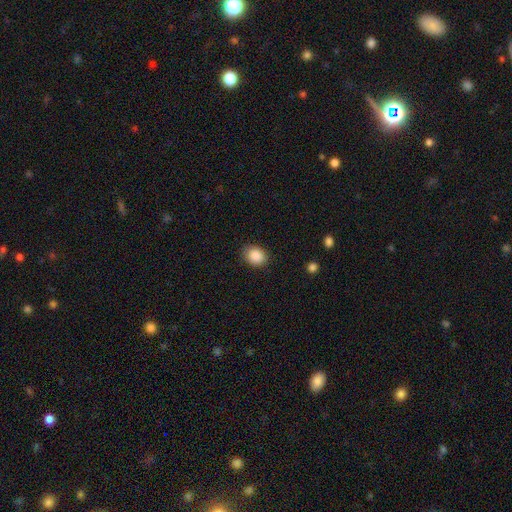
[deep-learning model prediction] Smooth or featured?
  - smooth: 89% *
  - star or artifact: 8%
  - featured or disk: 3%
How rounded?
  - in between: 56% *
  - round: 43%
  - cigar-shaped: 1%
Merging?
  - none: 85% *
  - minor disturbance: 11%
  - major disturbance: 3%
  - merger: 1%